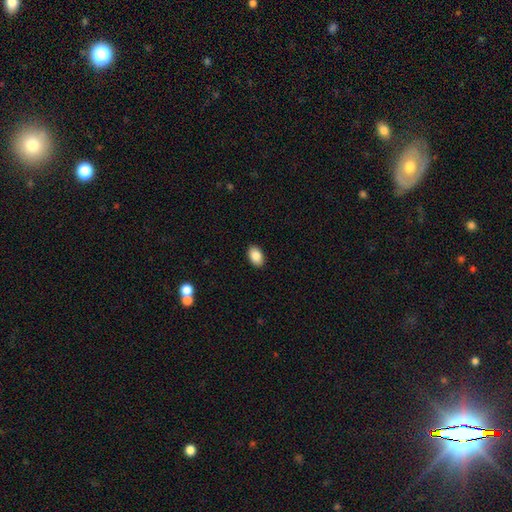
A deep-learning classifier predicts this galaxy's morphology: Smooth or featured? smooth (88%)
How rounded? in between (90%)
Merging? none (90%)